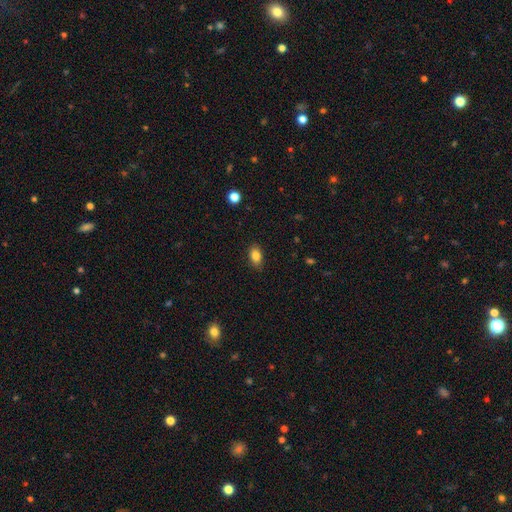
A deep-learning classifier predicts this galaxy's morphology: Smooth or featured?
  - smooth: 84% *
  - star or artifact: 9%
  - featured or disk: 7%
How rounded?
  - in between: 85% *
  - round: 13%
  - cigar-shaped: 2%
Merging?
  - none: 85% *
  - minor disturbance: 11%
  - major disturbance: 2%
  - merger: 1%